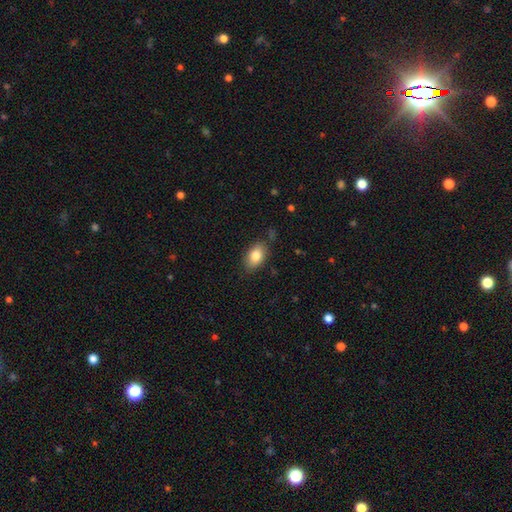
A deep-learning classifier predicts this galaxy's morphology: Smooth or featured: smooth — 83% (featured or disk — 10%)
How rounded: in between — 90% (round — 8%)
Merging: none — 81% (minor disturbance — 14%)